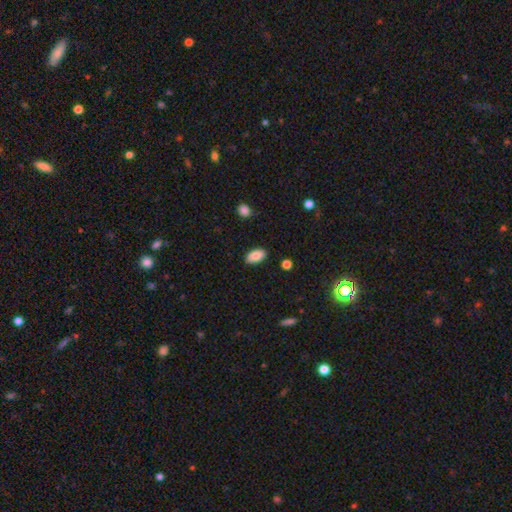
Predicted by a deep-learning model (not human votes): A smooth galaxy with no disk features (84%) that is in between round and cigar-shaped (94%).

Vote fractions:
- Smooth or featured? smooth: 84% / featured or disk: 8% / star or artifact: 7%
- How rounded? in between: 94% / round: 4% / cigar-shaped: 2%
- Merging? none: 87% / minor disturbance: 10% / major disturbance: 2% / merger: 1%